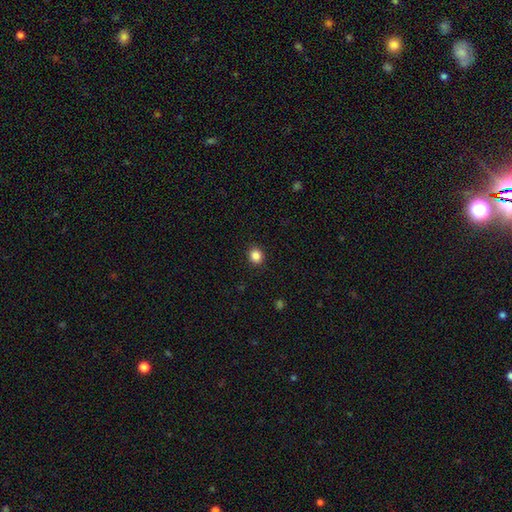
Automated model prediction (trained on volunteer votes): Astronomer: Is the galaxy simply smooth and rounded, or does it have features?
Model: smooth — 86%.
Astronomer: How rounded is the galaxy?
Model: round — 81%.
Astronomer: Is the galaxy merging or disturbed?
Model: none — 91%.